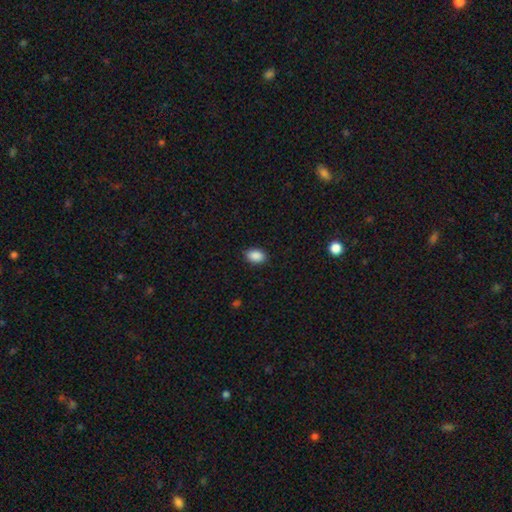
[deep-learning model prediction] Morphology: type=smooth (89%); roundness=in between (86%); merging=none (87%).